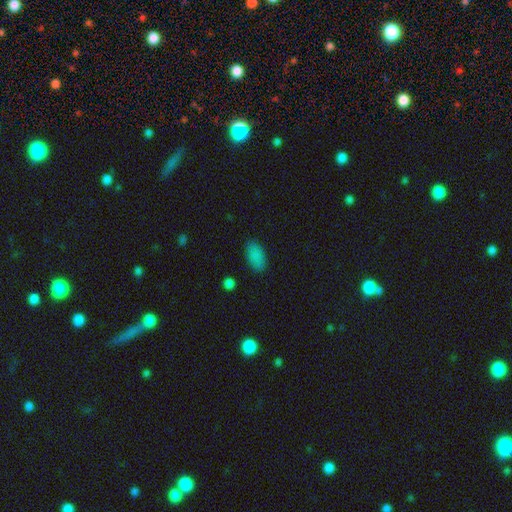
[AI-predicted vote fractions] smooth-or-featured: smooth: 86% | star or artifact: 10% | featured or disk: 4%
  how-rounded: in between: 93% | round: 4% | cigar-shaped: 3%
  merging: none: 85% | minor disturbance: 11% | major disturbance: 3% | merger: 1%